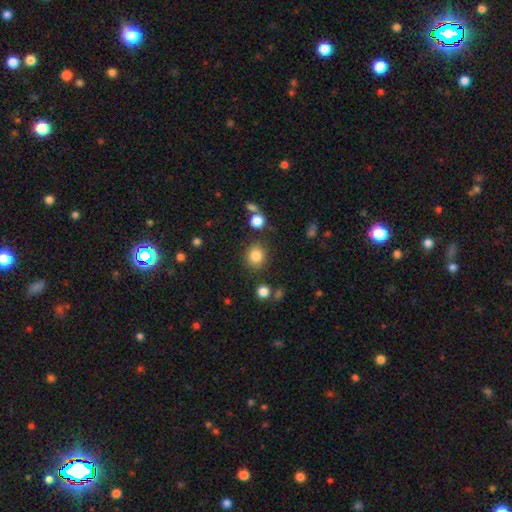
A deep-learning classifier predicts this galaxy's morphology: Smooth or featured? Predicted: smooth (p=0.84). How rounded? Predicted: round (p=0.84). Merging? Predicted: none (p=0.84).